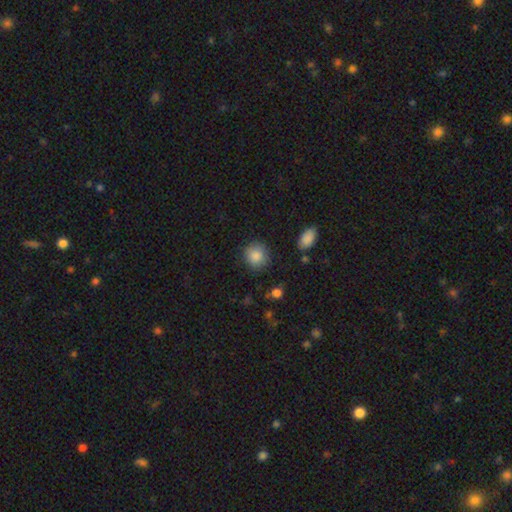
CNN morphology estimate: Smooth or featured? Predicted: smooth (p=0.87). How rounded? Predicted: round (p=0.88). Merging? Predicted: none (p=0.86).